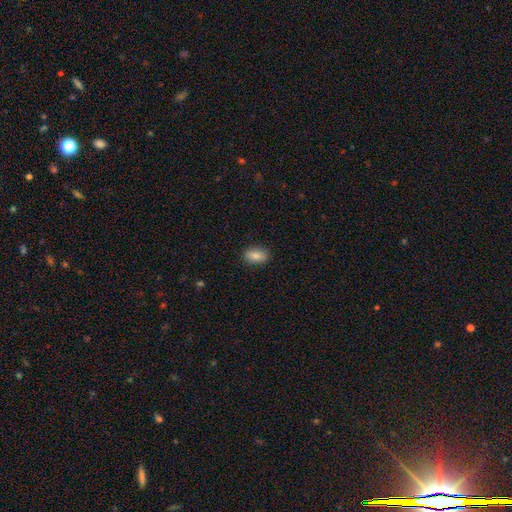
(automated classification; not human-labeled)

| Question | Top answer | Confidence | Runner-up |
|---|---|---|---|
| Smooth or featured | smooth | 83% | featured or disk (9%) |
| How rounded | in between | 88% | round (8%) |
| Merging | none | 87% | minor disturbance (9%) |